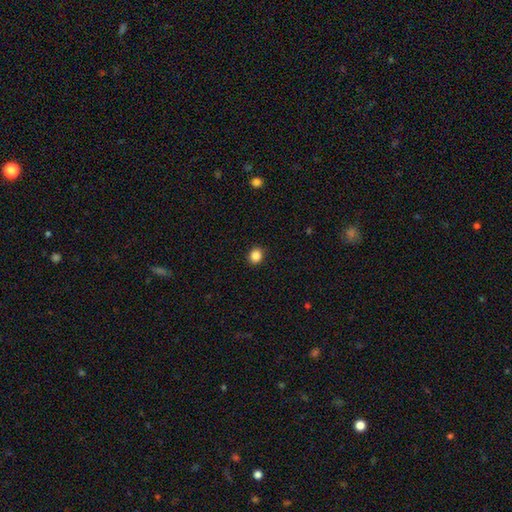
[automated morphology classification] This is clearly a smooth galaxy (87%). How rounded: likely round (77%). Merging: clearly none (91%).